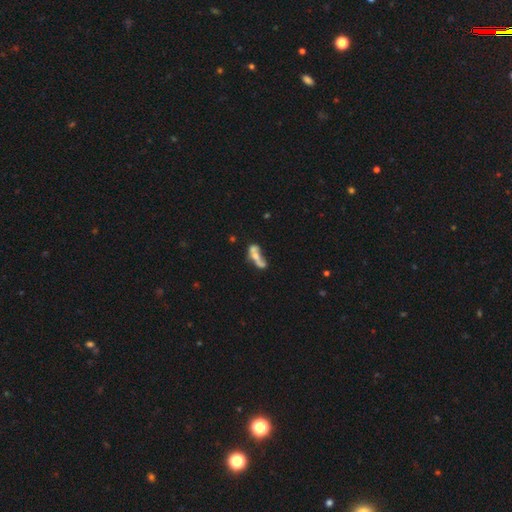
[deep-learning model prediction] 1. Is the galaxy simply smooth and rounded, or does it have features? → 45% featured or disk, 43% smooth, 11% star or artifact.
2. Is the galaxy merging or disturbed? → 50% merger, 22% none, 17% major disturbance, 12% minor disturbance.